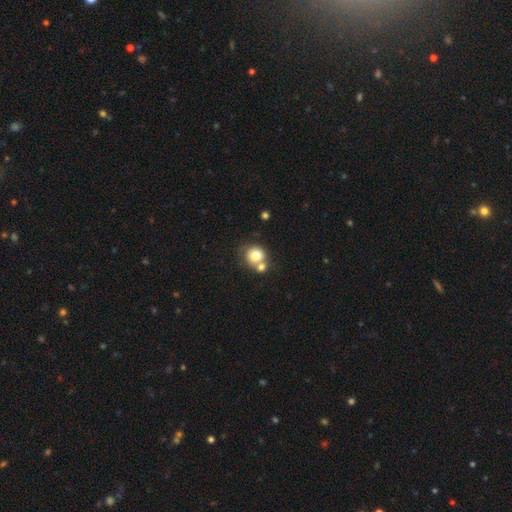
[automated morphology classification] smooth_or_featured: smooth (p=0.80) [alt: featured or disk p=0.11]
how_rounded: round (p=0.83) [alt: in between p=0.16]
merging: none (p=0.45) [alt: merger p=0.41]